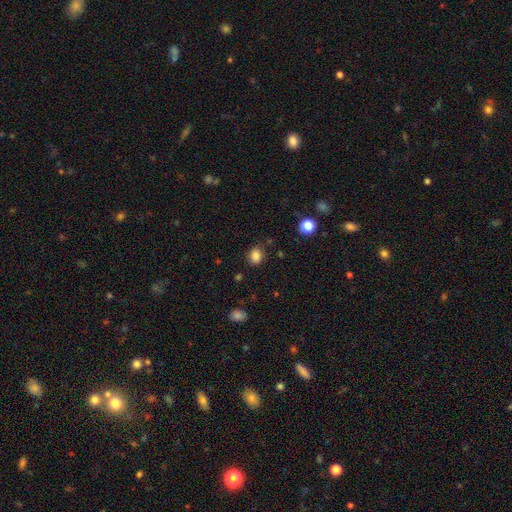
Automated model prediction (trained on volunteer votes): Smooth or featured: smooth — 85% (star or artifact — 12%)
How rounded: round — 52% (in between — 47%)
Merging: none — 80% (minor disturbance — 13%)